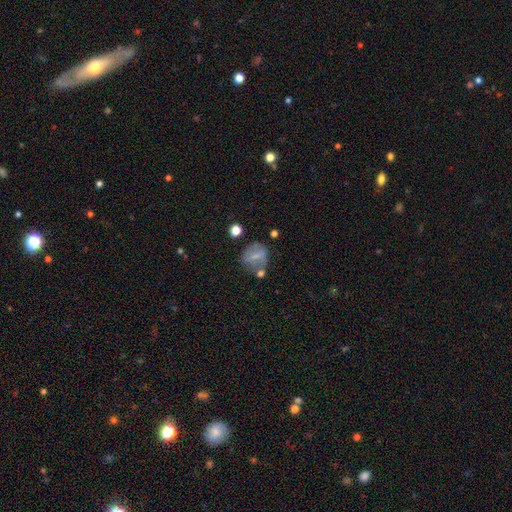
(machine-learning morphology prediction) This is possibly a smooth galaxy (55%). How rounded: likely round (62%). Merging: possibly none (51%).